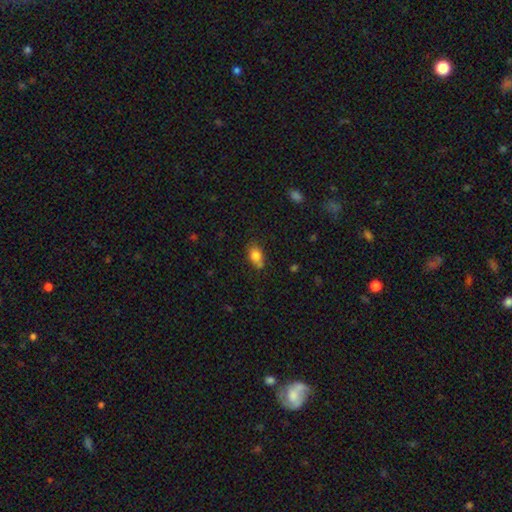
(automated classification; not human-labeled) Q: Smooth or featured?
A: smooth (81%); runner-up: featured or disk (10%)
Q: How rounded?
A: in between (82%); runner-up: round (15%)
Q: Merging?
A: none (65%); runner-up: minor disturbance (24%)